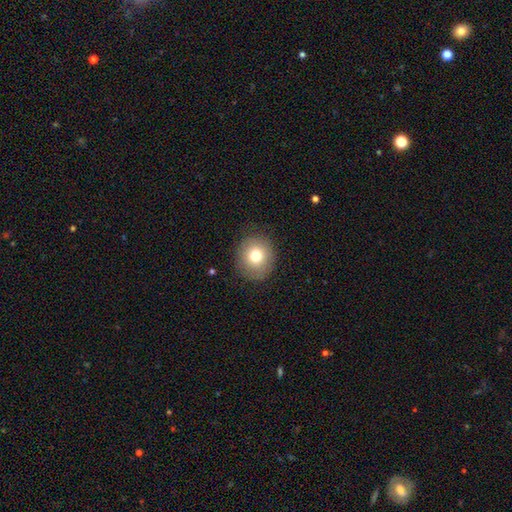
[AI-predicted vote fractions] This is likely a smooth galaxy (77%). How rounded: clearly round (85%). Merging: clearly none (85%).